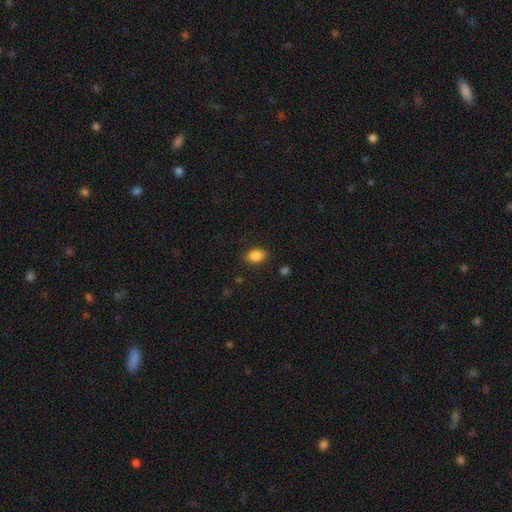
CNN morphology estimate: Overall: smooth (87%). How rounded: in between (85%). Merging: none (86%).